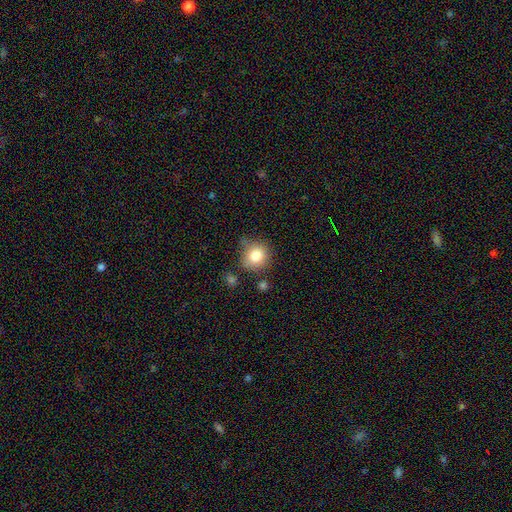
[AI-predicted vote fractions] Q: Smooth or featured?
A: smooth (81%); runner-up: star or artifact (10%)
Q: How rounded?
A: round (87%); runner-up: in between (12%)
Q: Merging?
A: none (69%); runner-up: minor disturbance (20%)